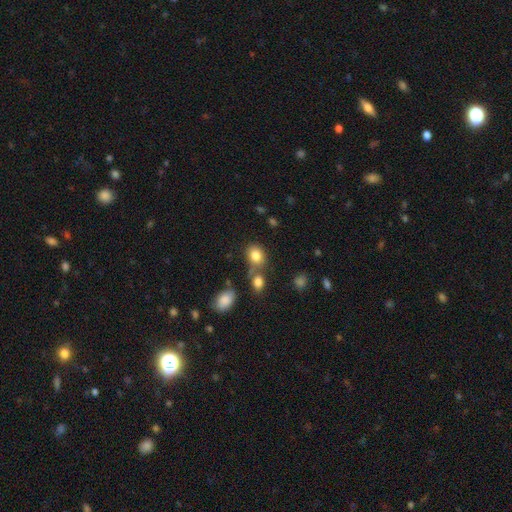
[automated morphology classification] Smooth or featured? smooth (82%)
How rounded? in between (51%)
Merging? none (57%)